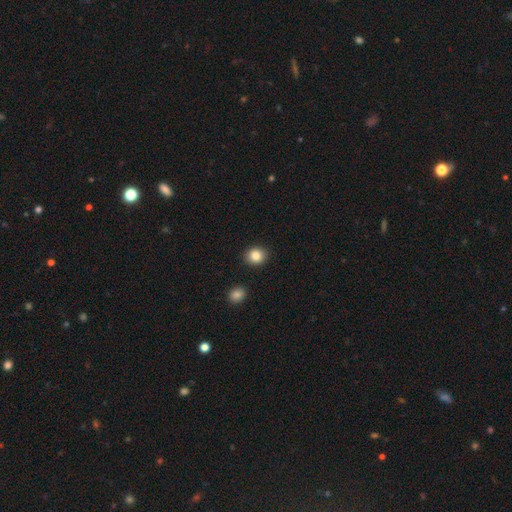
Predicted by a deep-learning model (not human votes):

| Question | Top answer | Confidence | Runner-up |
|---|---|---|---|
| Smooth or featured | smooth | 86% | star or artifact (9%) |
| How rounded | round | 76% | in between (23%) |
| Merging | none | 90% | minor disturbance (6%) |